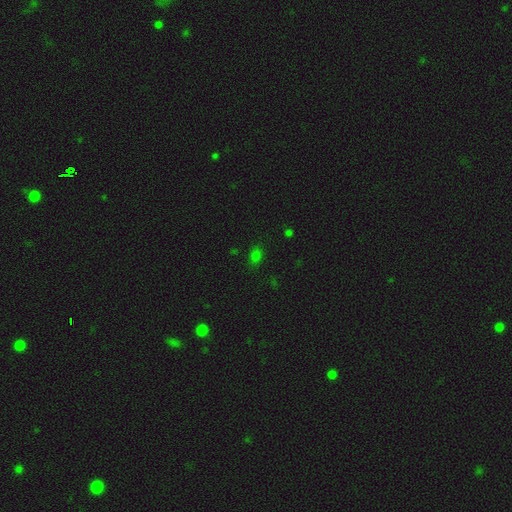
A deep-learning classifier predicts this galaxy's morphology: smooth-or-featured: smooth: 72% | star or artifact: 23% | featured or disk: 6%
  how-rounded: in between: 71% | round: 27% | cigar-shaped: 2%
  merging: none: 83% | minor disturbance: 12% | major disturbance: 3% | merger: 2%